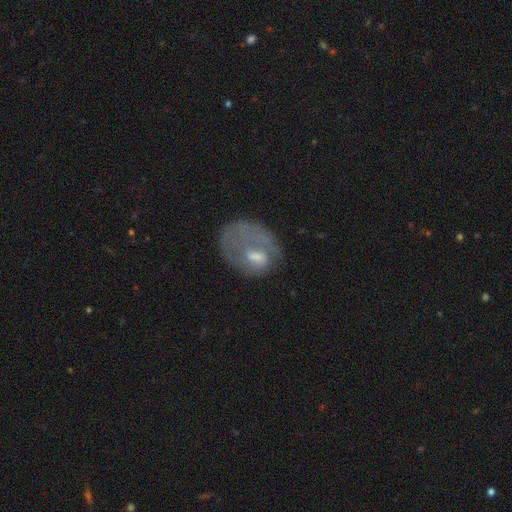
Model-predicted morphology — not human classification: smooth_or_featured: featured or disk (p=0.51) [alt: smooth p=0.40]
disk_edge_on: no (p=0.96) [alt: yes p=0.04]
merging: major disturbance (p=0.41) [alt: none p=0.33]